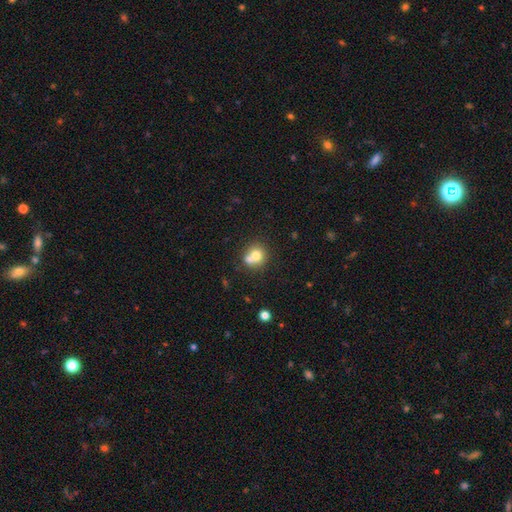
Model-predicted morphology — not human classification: smooth 72%, featured or disk 17%, star or artifact 11%. Down the decision tree: how rounded — round (83%); merging — none (45%).